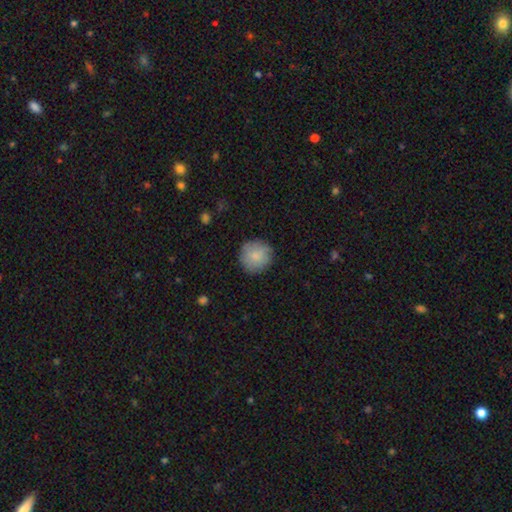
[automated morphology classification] smooth_or_featured: smooth (p=0.84) [alt: featured or disk p=0.09]
how_rounded: round (p=0.94) [alt: in between p=0.05]
merging: none (p=0.85) [alt: minor disturbance p=0.11]